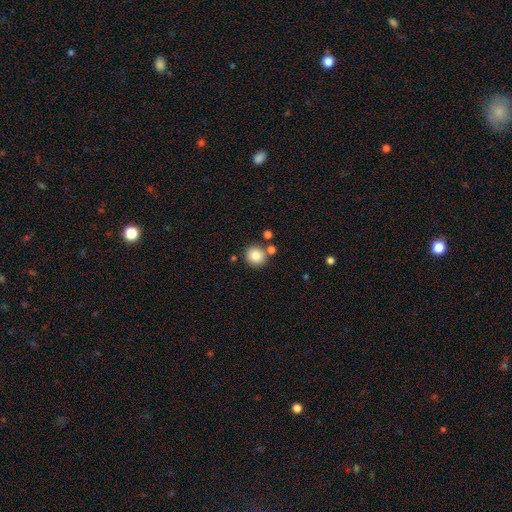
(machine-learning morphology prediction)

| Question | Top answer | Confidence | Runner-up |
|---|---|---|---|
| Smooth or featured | smooth | 84% | star or artifact (10%) |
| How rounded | round | 90% | in between (9%) |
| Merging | none | 79% | merger (10%) |